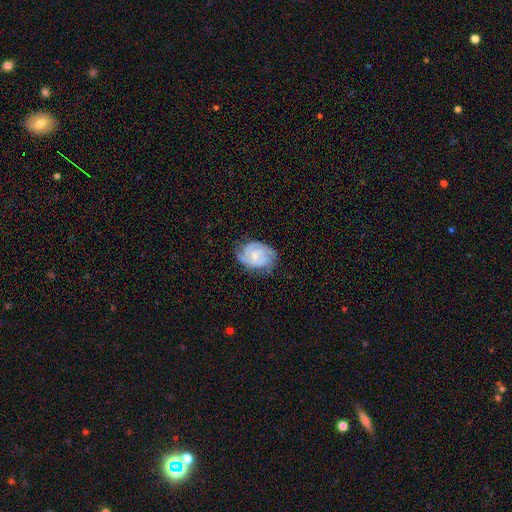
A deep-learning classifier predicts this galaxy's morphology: Q: Smooth or featured?
A: featured or disk (75%); runner-up: smooth (19%)
Q: Edge-on disk?
A: no (98%); runner-up: yes (2%)
Q: Bar?
A: no (51%); runner-up: weak (42%)
Q: Spiral arms?
A: yes (93%); runner-up: no (7%)
Q: Spiral winding?
A: tight (56%); runner-up: medium (36%)
Q: Spiral arm count?
A: 2 (31%); runner-up: can't tell (27%)
Q: Bulge size?
A: small (52%); runner-up: moderate (28%)
Q: Merging?
A: none (68%); runner-up: minor disturbance (23%)